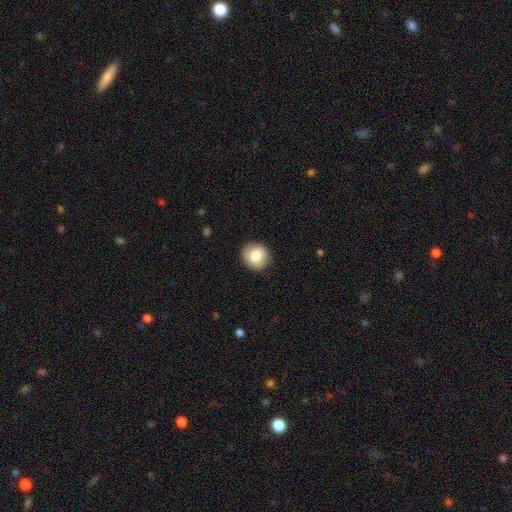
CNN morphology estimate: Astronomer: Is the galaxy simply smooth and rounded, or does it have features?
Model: smooth — 80%.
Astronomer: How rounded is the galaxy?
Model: round — 85%.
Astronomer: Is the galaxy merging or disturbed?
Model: none — 89%.